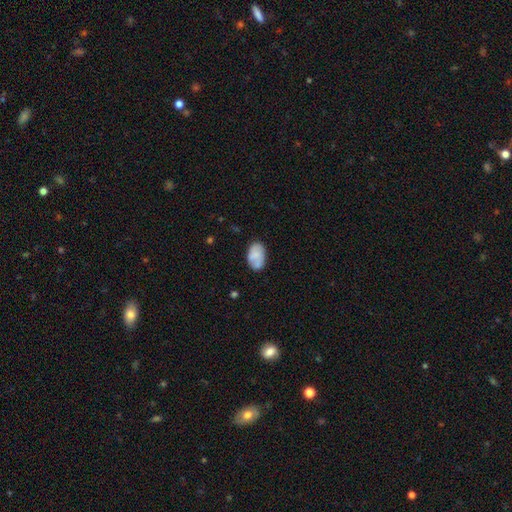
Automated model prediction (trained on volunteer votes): Overall: smooth (75%). How rounded: in between (91%). Merging: none (70%).